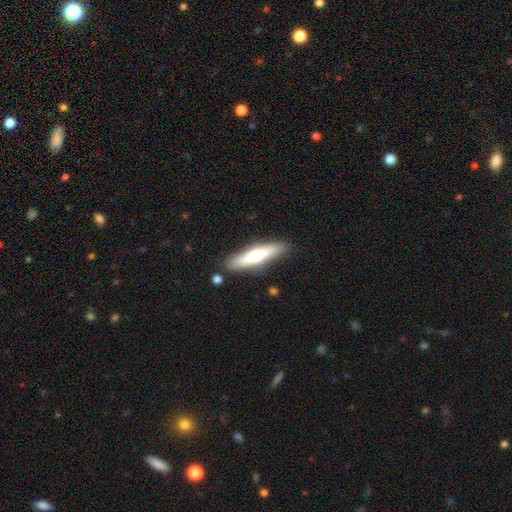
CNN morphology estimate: Smooth or featured? Predicted: featured or disk (p=0.50). Merging? Predicted: none (p=0.86).